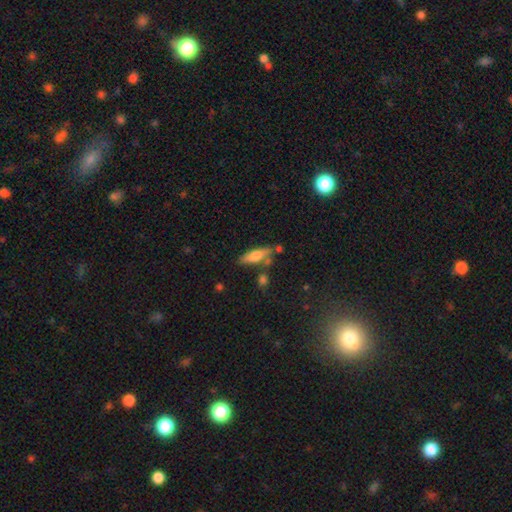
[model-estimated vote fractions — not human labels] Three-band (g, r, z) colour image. It shows a smooth galaxy with no disk features (64%) that is cigar-shaped (54%). Merging: none (66%).